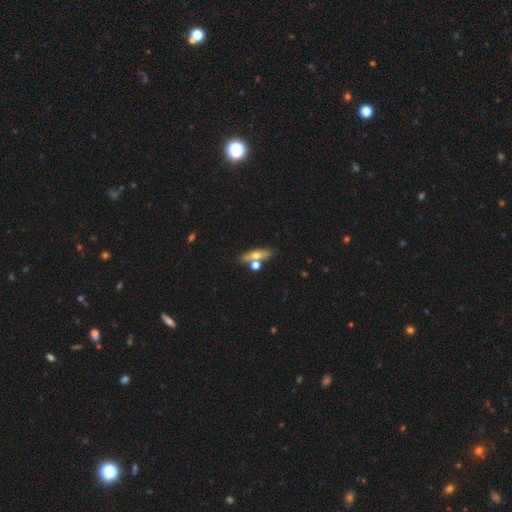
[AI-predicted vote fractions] This appears to be a smooth galaxy with no disk features (54%) that is cigar-shaped (53%). Merging: none (65%).